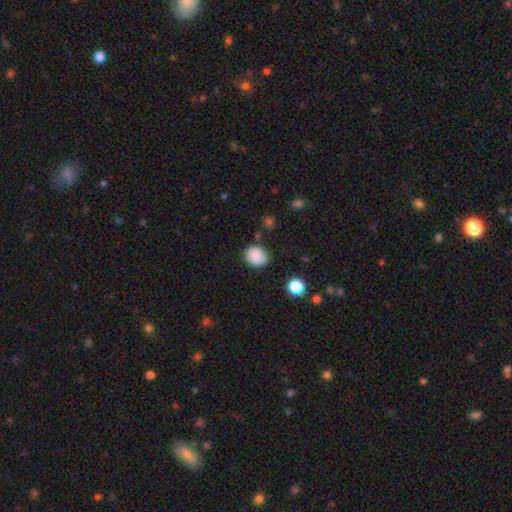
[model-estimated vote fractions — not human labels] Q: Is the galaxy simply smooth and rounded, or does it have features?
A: smooth — 85%.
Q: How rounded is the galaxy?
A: round — 66%.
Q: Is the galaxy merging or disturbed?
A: none — 80%.